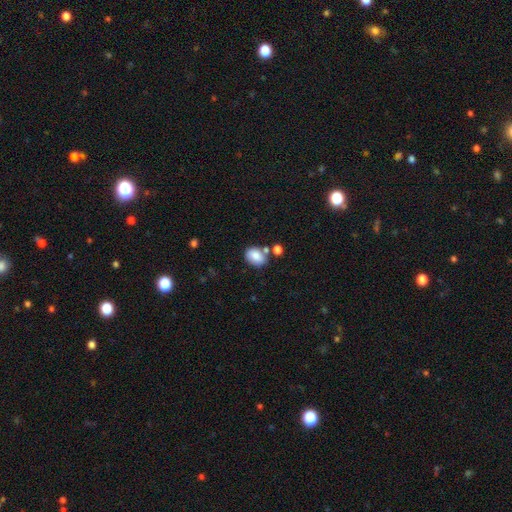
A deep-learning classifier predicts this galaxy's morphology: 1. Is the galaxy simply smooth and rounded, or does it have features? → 83% smooth, 9% star or artifact, 8% featured or disk.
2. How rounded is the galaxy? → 67% in between, 32% round, 1% cigar-shaped.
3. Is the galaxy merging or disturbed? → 63% none, 17% merger, 16% minor disturbance, 4% major disturbance.